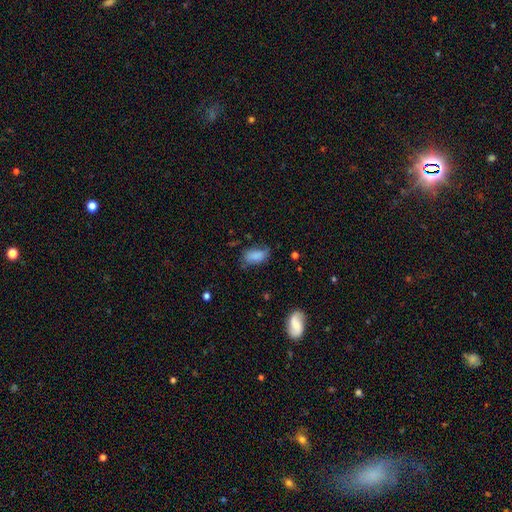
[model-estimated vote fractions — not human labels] Smooth or featured? Predicted: smooth (p=0.82). How rounded? Predicted: in between (p=0.91). Merging? Predicted: none (p=0.58).